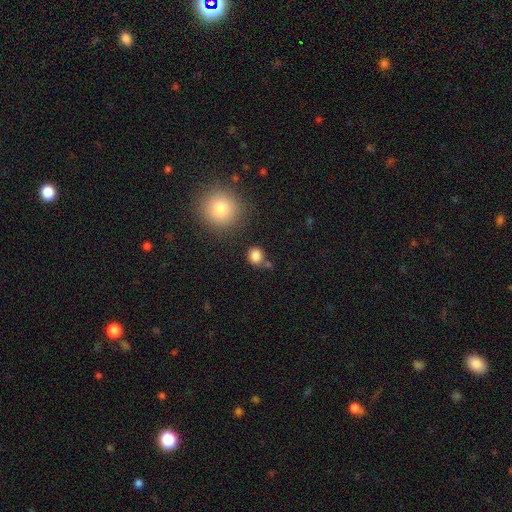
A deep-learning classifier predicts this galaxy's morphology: smooth 83%, star or artifact 12%, featured or disk 5%. Down the decision tree: how rounded — round (79%); merging — none (73%).